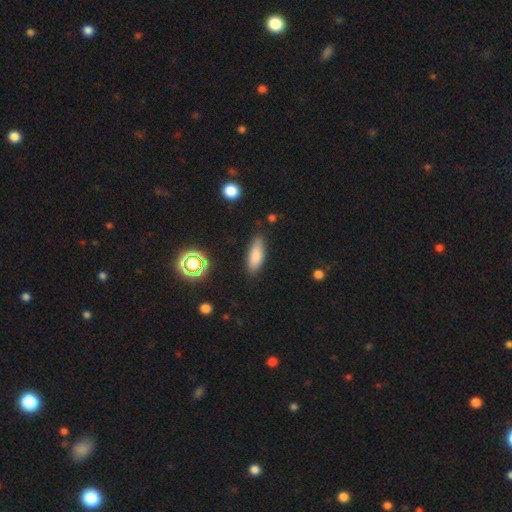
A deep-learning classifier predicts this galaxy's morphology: smooth_or_featured: smooth (p=0.82) [alt: featured or disk p=0.09]
how_rounded: in between (p=0.66) [alt: cigar-shaped p=0.32]
merging: none (p=0.83) [alt: minor disturbance p=0.13]